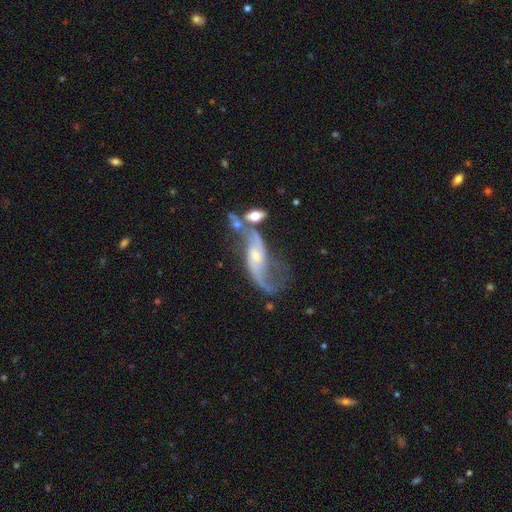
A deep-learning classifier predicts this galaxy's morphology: Smooth or featured?
  - featured or disk: 84% *
  - smooth: 9%
  - star or artifact: 7%
Edge-on disk?
  - no: 91% *
  - yes: 9%
Bar?
  - no: 52% *
  - weak: 34%
  - strong: 13%
Spiral arms?
  - yes: 93% *
  - no: 7%
Spiral winding?
  - loose: 81% *
  - medium: 15%
  - tight: 4%
Spiral arm count?
  - 2: 86% *
  - 1: 6%
  - can't tell: 4%
  - 3: 1%
  - 4: 1%
  - more than 4: 1%
Bulge size?
  - small: 59% *
  - moderate: 31%
  - none: 6%
  - large: 3%
  - dominant: 1%
Merging?
  - none: 38% *
  - merger: 26%
  - major disturbance: 19%
  - minor disturbance: 18%